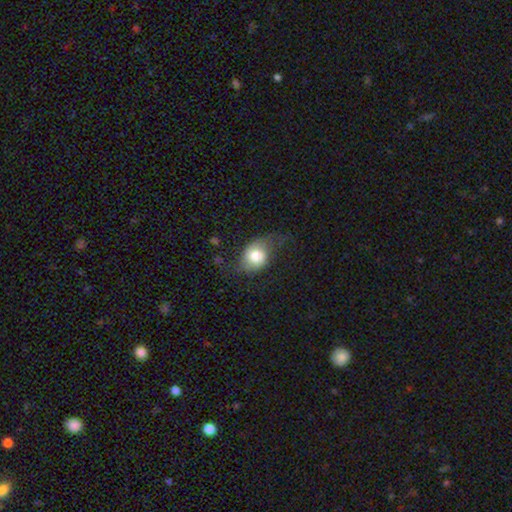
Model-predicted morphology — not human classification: A smooth galaxy with no disk features (71%) that is round (50%). Merging: none (47%).